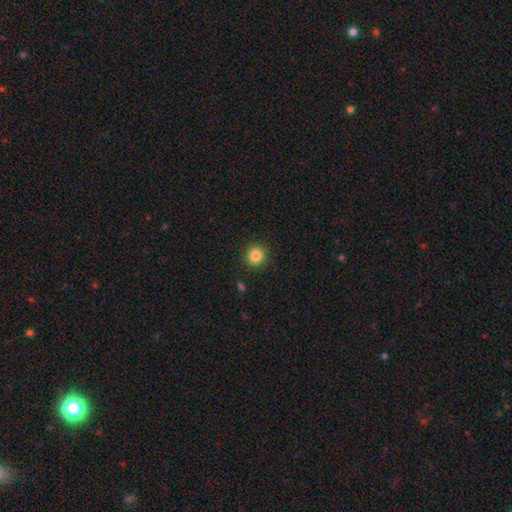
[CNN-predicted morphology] This is clearly a smooth galaxy (85%). How rounded: clearly round (89%). Merging: clearly none (90%).